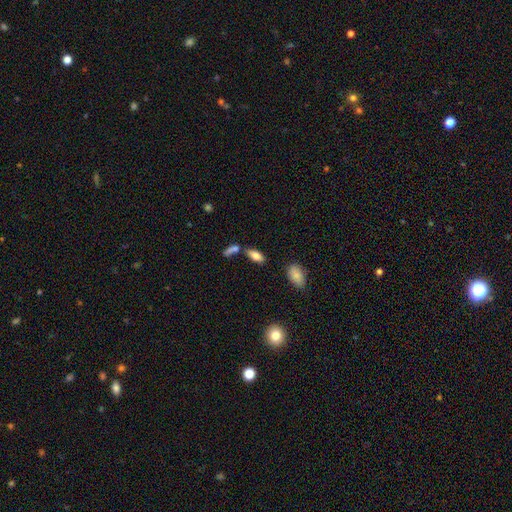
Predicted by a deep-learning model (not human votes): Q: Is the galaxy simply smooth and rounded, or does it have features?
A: smooth — 77%.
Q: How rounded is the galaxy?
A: in between — 78%.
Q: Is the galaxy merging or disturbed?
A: none — 58%.